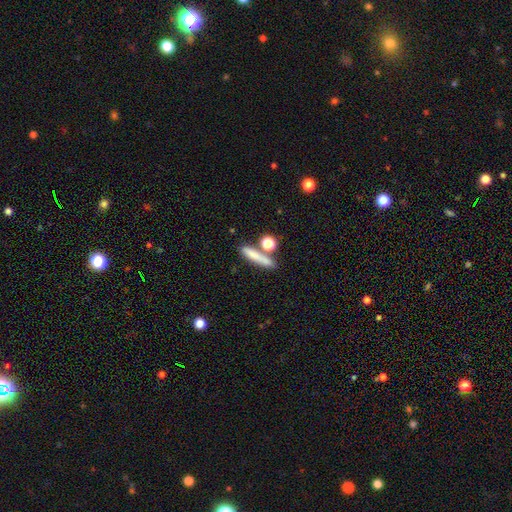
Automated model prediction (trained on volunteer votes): Q: Smooth or featured?
A: smooth (76%); runner-up: featured or disk (15%)
Q: How rounded?
A: cigar-shaped (67%); runner-up: in between (20%)
Q: Merging?
A: none (65%); runner-up: merger (19%)